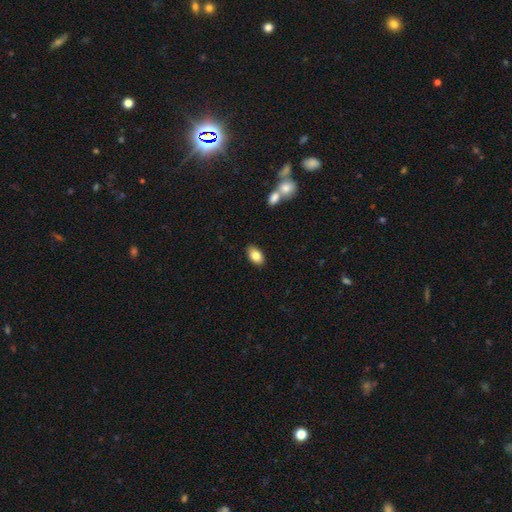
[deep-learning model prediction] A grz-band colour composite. It shows a smooth galaxy with no disk features (82%) that is in between round and cigar-shaped (92%). Merging: none (87%).